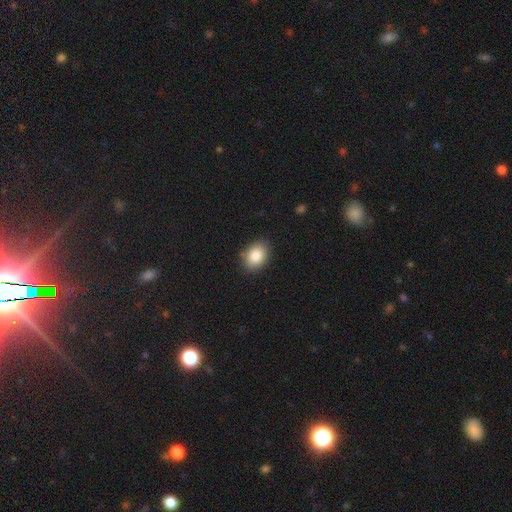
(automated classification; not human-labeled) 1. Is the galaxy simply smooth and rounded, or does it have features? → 86% smooth, 8% star or artifact, 6% featured or disk.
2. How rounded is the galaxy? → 69% in between, 30% round, 1% cigar-shaped.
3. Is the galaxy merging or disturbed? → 85% none, 12% minor disturbance, 2% major disturbance, 1% merger.